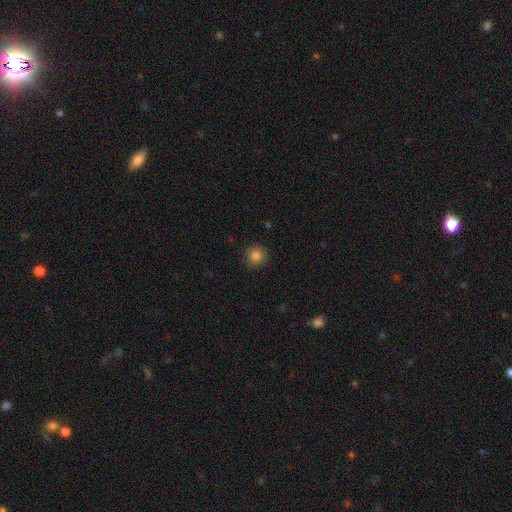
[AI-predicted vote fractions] The model was most divided on "smooth or featured": smooth: 85%, star or artifact: 10%, featured or disk: 4%. More confident: how rounded — round (93%); merging — none (90%).